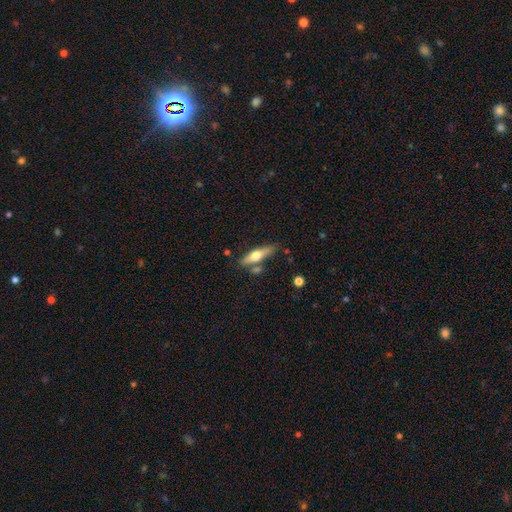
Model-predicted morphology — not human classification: Smooth or featured?
  - smooth: 48% *
  - featured or disk: 47%
  - star or artifact: 6%
Merging?
  - none: 69% *
  - minor disturbance: 15%
  - merger: 13%
  - major disturbance: 4%